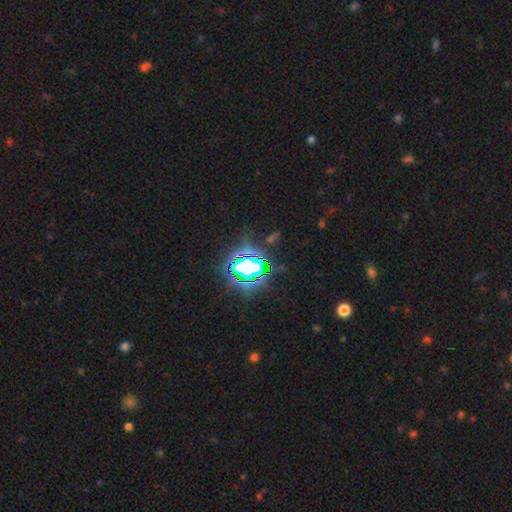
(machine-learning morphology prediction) This appears to be a star or artifact, not a galaxy (82%).